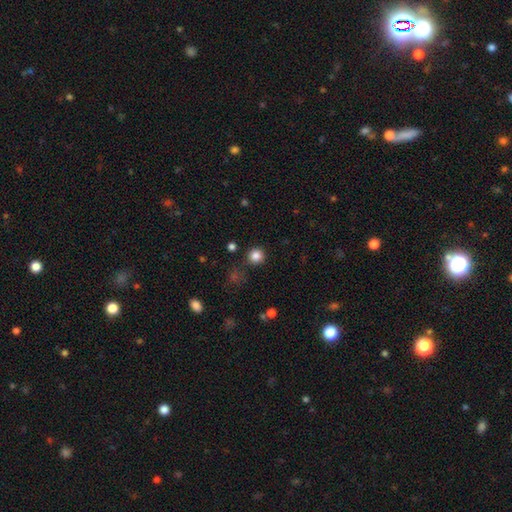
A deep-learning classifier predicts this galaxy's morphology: A smooth galaxy with no disk features (84%) that is round (93%). Merging: none (86%).